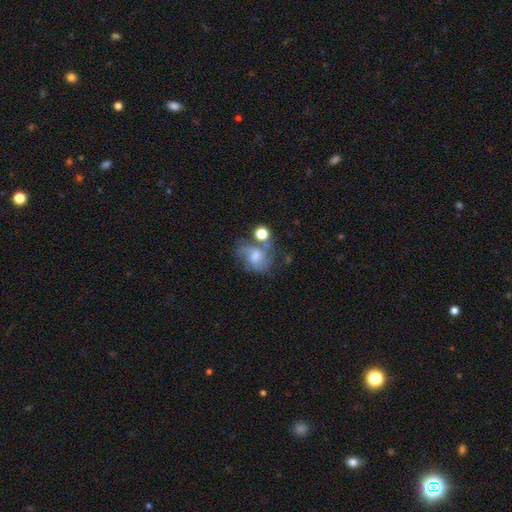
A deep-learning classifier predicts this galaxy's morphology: A featured or disk galaxy (51%).

Vote fractions:
- Smooth or featured? featured or disk: 51% / smooth: 35% / star or artifact: 14%
- Edge-on disk? no: 97% / yes: 3%
- Merging? none: 43% / minor disturbance: 22% / merger: 18% / major disturbance: 18%